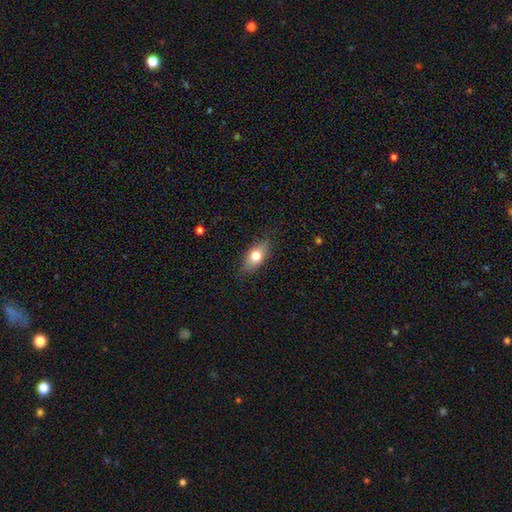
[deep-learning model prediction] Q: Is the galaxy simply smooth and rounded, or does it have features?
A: smooth — 74%.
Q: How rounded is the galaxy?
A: in between — 84%.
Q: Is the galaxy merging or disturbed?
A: none — 83%.